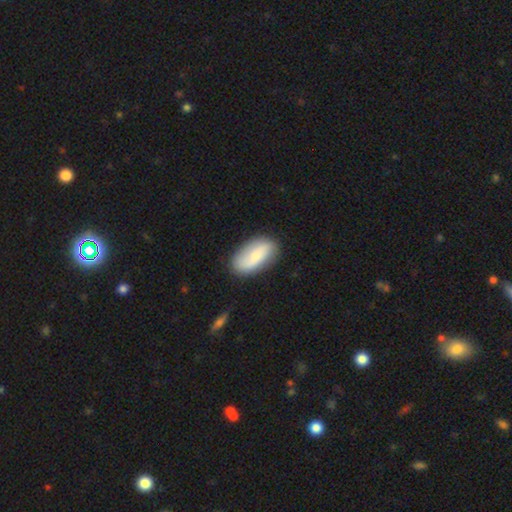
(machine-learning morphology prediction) This is likely a smooth galaxy (60%). How rounded: clearly in between (91%). Merging: clearly none (82%).